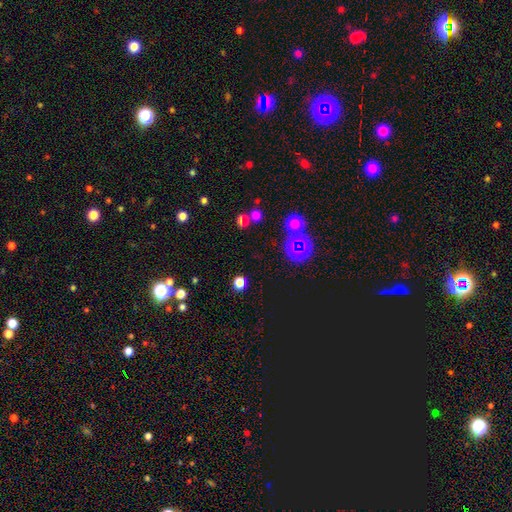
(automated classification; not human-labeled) Q: Smooth or featured?
A: star or artifact (48%); runner-up: smooth (44%)